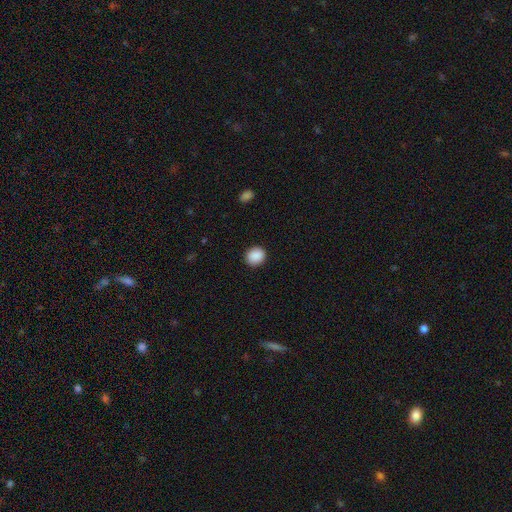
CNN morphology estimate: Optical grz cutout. It shows a smooth galaxy with no disk features (89%) that is round (78%). Merging: none (90%).